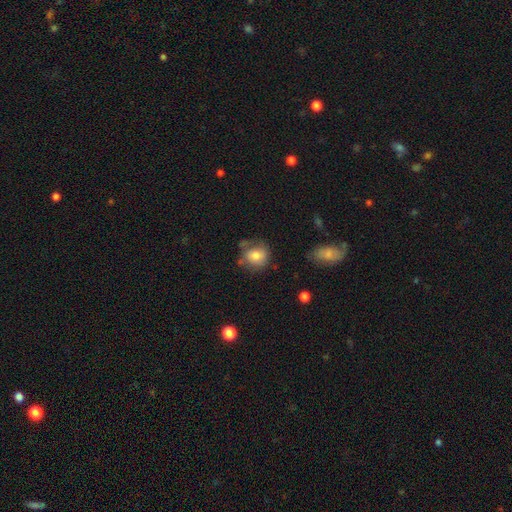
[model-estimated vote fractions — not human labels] Overall: smooth (78%). How rounded: round (76%). Merging: none (57%; minor disturbance 25%).